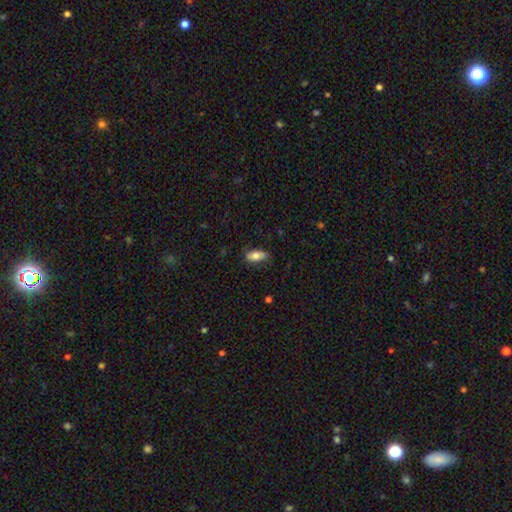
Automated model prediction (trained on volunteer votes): A smooth galaxy with no disk features (77%) that is in between round and cigar-shaped (85%).

Vote fractions:
- Smooth or featured? smooth: 77% / featured or disk: 16% / star or artifact: 7%
- How rounded? in between: 85% / cigar-shaped: 12% / round: 3%
- Merging? none: 74% / minor disturbance: 20% / major disturbance: 4% / merger: 1%